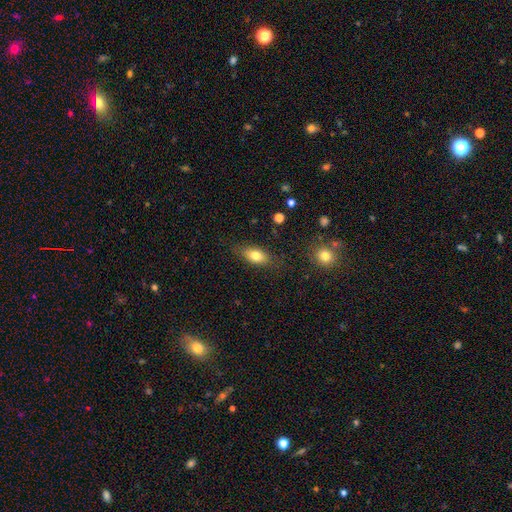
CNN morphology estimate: Smooth or featured?
  - smooth: 77% *
  - featured or disk: 14%
  - star or artifact: 8%
How rounded?
  - in between: 83% *
  - round: 9%
  - cigar-shaped: 9%
Merging?
  - none: 78% *
  - minor disturbance: 16%
  - major disturbance: 4%
  - merger: 2%